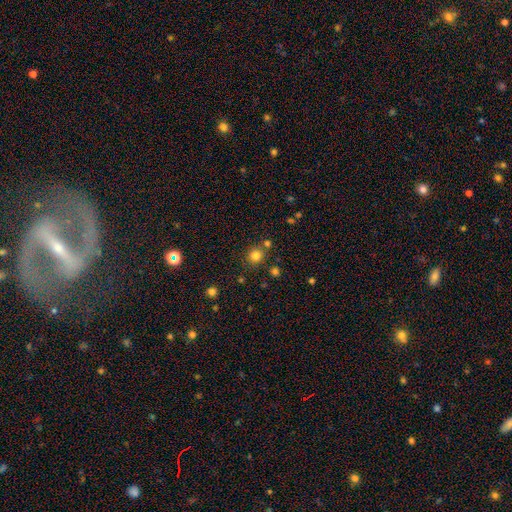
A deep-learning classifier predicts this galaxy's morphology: A smooth galaxy with no disk features (80%) that is round (89%). Merging: none (79%).